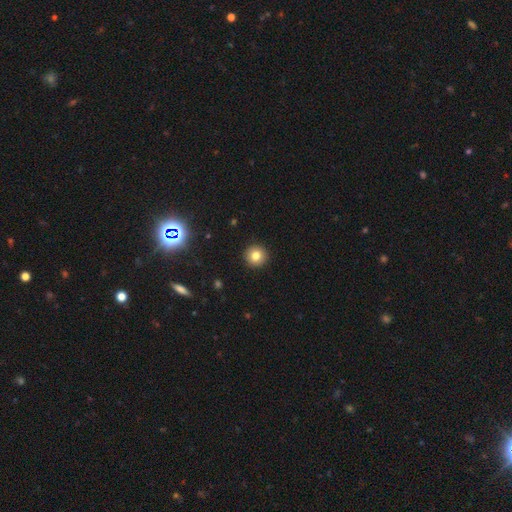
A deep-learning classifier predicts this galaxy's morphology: A smooth galaxy with no disk features (80%) that is round (95%). Merging: none (93%).